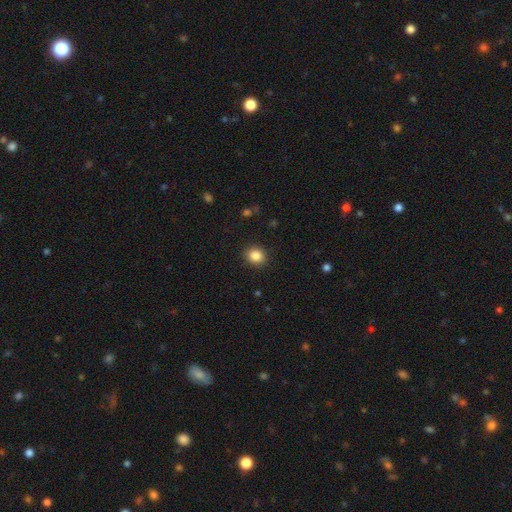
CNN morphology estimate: Smooth or featured?
  - smooth: 85% *
  - star or artifact: 10%
  - featured or disk: 5%
How rounded?
  - round: 75% *
  - in between: 24%
  - cigar-shaped: 1%
Merging?
  - none: 91% *
  - minor disturbance: 6%
  - major disturbance: 2%
  - merger: 1%